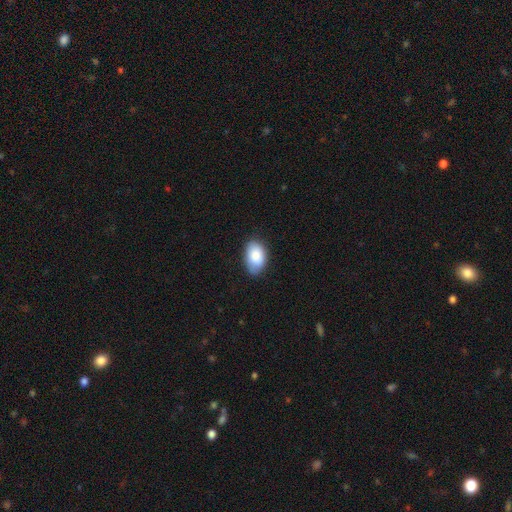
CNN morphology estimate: smooth-or-featured: smooth: 84% | featured or disk: 10% | star or artifact: 7%
  how-rounded: in between: 91% | round: 8% | cigar-shaped: 1%
  merging: none: 77% | minor disturbance: 19% | major disturbance: 3% | merger: 1%